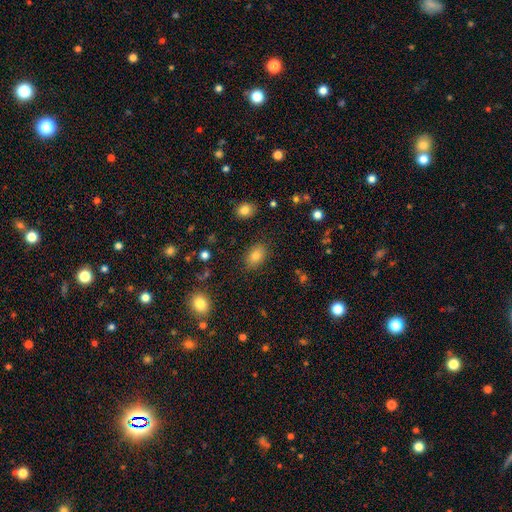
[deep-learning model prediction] A smooth galaxy with no disk features (81%) that is in between round and cigar-shaped (80%).

Vote fractions:
- Smooth or featured? smooth: 81% / star or artifact: 11% / featured or disk: 8%
- How rounded? in between: 80% / round: 18% / cigar-shaped: 1%
- Merging? none: 86% / minor disturbance: 10% / major disturbance: 3% / merger: 2%